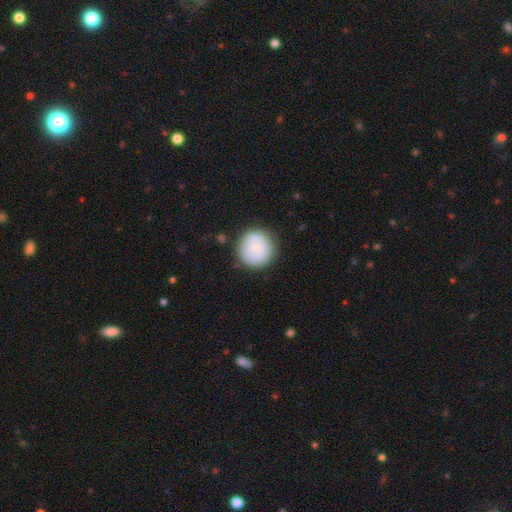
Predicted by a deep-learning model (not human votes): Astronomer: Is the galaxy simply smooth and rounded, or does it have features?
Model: smooth — 76%.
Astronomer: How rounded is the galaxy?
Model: round — 94%.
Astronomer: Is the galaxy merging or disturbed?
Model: none — 81%.